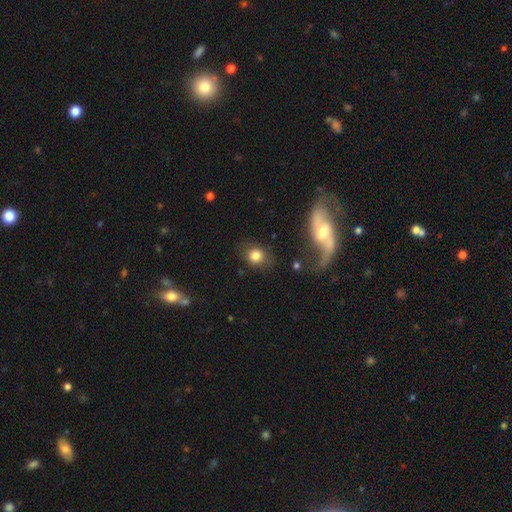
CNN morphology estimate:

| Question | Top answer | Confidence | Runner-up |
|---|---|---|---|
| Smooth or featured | smooth | 79% | star or artifact (11%) |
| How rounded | round | 67% | in between (31%) |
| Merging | none | 74% | minor disturbance (15%) |